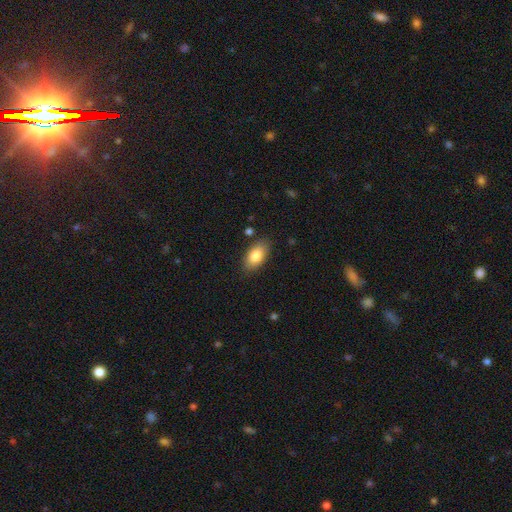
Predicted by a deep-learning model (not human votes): This appears to be a smooth galaxy with no disk features (83%) that is in between round and cigar-shaped (92%). Merging: none (84%).